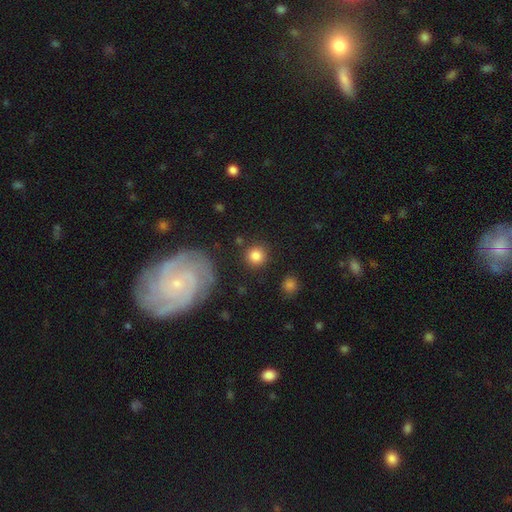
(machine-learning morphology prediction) smooth_or_featured: smooth (p=0.84) [alt: star or artifact p=0.10]
how_rounded: round (p=0.93) [alt: in between p=0.06]
merging: none (p=0.86) [alt: minor disturbance p=0.07]